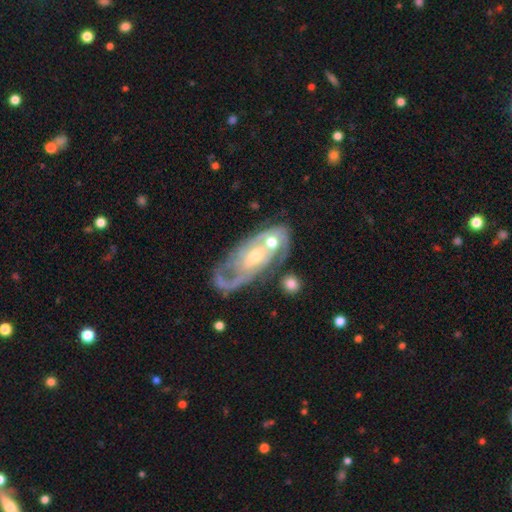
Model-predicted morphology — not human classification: Overall: featured or disk (80%). Edge-on disk: no (94%). Bar: no (57%; weak 32%). Spiral arms: yes (82%). Spiral arm count: 2 (38%; can't tell 31%). Spiral winding: tight (43%; medium 38%). Bulge size: moderate (62%; small 30%). Merging: merger (35%; none 32%).